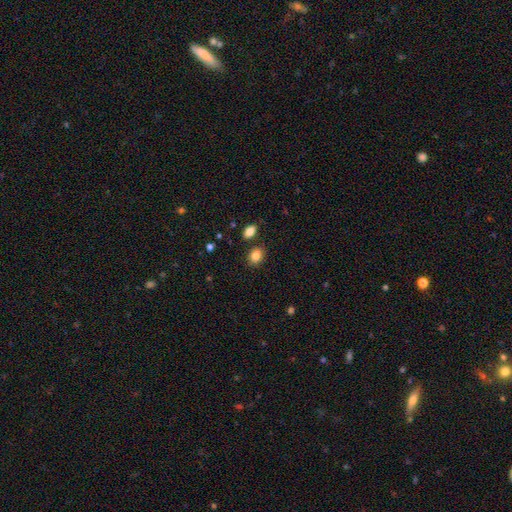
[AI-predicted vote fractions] A smooth galaxy with no disk features (85%) that is in between round and cigar-shaped (59%).

Vote fractions:
- Smooth or featured? smooth: 85% / star or artifact: 9% / featured or disk: 6%
- How rounded? in between: 59% / round: 40% / cigar-shaped: 1%
- Merging? none: 81% / minor disturbance: 10% / merger: 6% / major disturbance: 3%